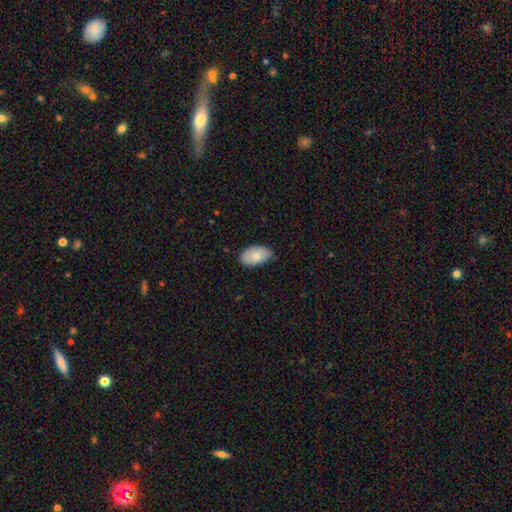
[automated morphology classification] smooth_or_featured: smooth (p=0.71) [alt: featured or disk p=0.23]
how_rounded: in between (p=0.93) [alt: round p=0.06]
merging: none (p=0.72) [alt: minor disturbance p=0.24]